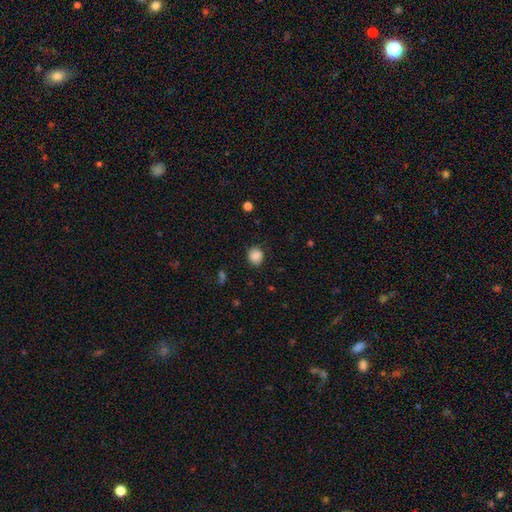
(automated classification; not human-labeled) Smooth or featured: smooth — 85% (star or artifact — 9%)
How rounded: round — 75% (in between — 24%)
Merging: none — 80% (minor disturbance — 15%)